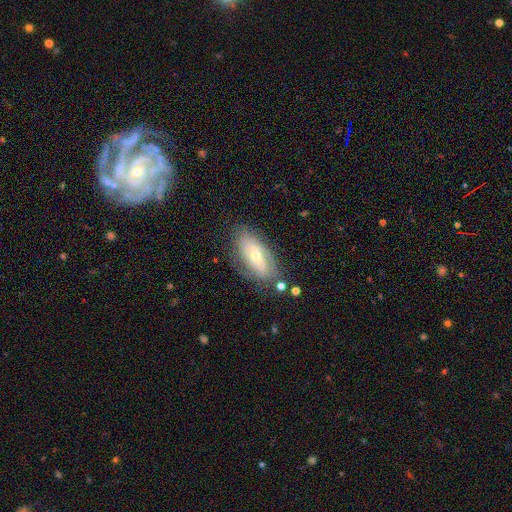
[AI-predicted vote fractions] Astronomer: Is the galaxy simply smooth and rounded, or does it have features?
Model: featured or disk — 59%.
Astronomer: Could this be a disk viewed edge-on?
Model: no — 86%.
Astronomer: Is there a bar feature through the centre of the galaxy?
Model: no — 64%.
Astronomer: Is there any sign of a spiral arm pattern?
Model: yes — 68%.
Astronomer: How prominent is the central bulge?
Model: small — 57% (runner-up: moderate, 39%).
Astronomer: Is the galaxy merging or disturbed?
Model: none — 72%.